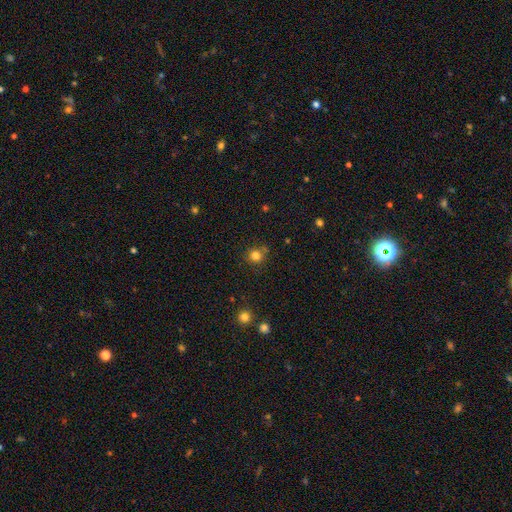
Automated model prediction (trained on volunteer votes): smooth-or-featured: smooth: 81% | star or artifact: 14% | featured or disk: 5%
  how-rounded: round: 89% | in between: 10% | cigar-shaped: 1%
  merging: none: 76% | minor disturbance: 13% | merger: 8% | major disturbance: 4%